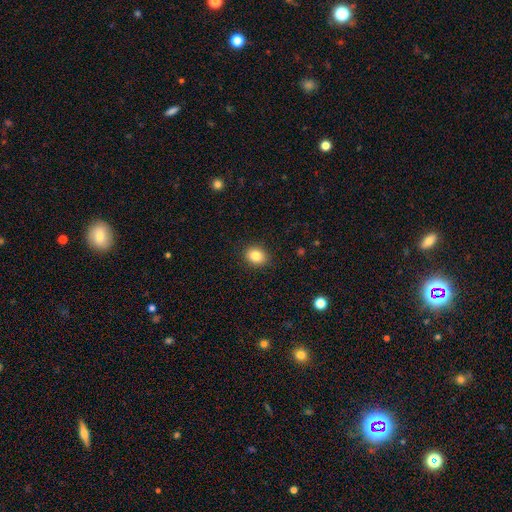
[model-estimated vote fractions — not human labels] This appears to be a smooth galaxy with no disk features (84%) that is round (51%). Merging: none (90%).